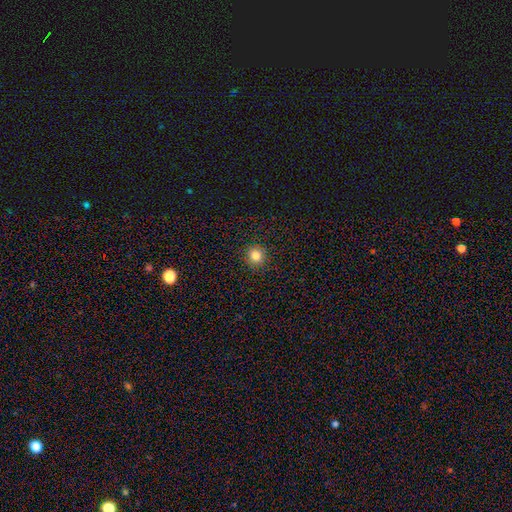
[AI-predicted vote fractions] Smooth or featured? smooth (82%)
How rounded? round (93%)
Merging? none (92%)